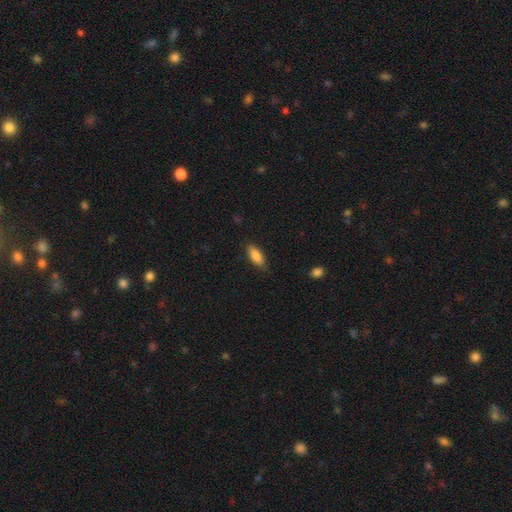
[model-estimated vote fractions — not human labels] smooth-or-featured: smooth: 86% | featured or disk: 8% | star or artifact: 6%
  how-rounded: in between: 77% | cigar-shaped: 21% | round: 2%
  merging: none: 79% | minor disturbance: 17% | major disturbance: 3% | merger: 1%